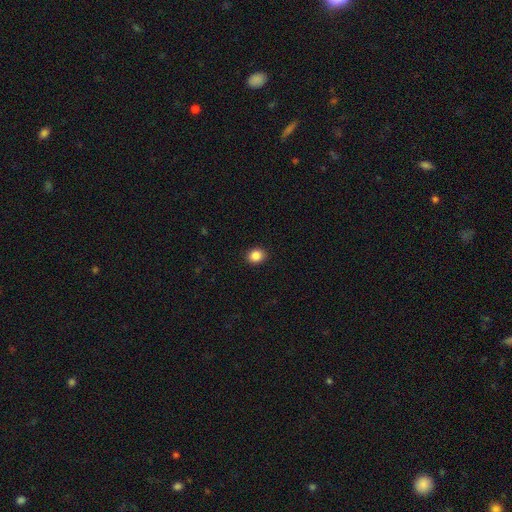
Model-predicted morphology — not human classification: Q: Smooth or featured?
A: smooth (87%); runner-up: star or artifact (10%)
Q: How rounded?
A: round (67%); runner-up: in between (32%)
Q: Merging?
A: none (92%); runner-up: minor disturbance (6%)